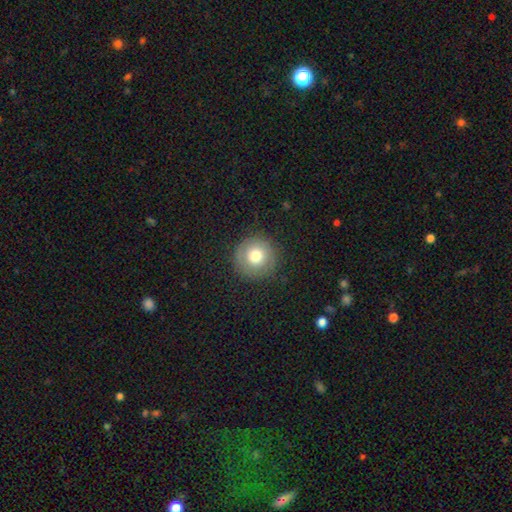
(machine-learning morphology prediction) This appears to be a smooth galaxy with no disk features (74%) that is round (96%). Merging: none (87%).